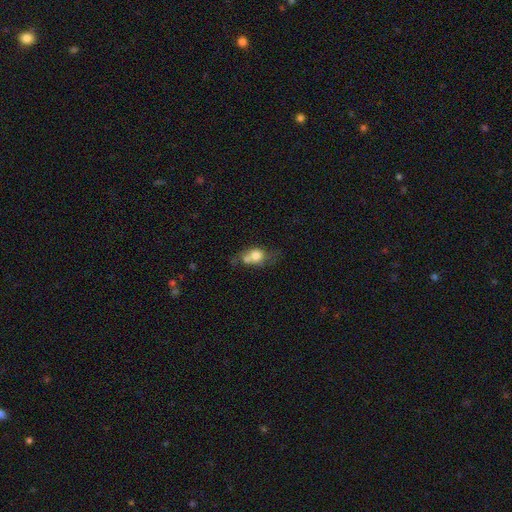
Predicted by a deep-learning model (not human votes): smooth_or_featured: smooth (p=0.70) [alt: featured or disk p=0.21]
how_rounded: round (p=0.55) [alt: in between p=0.42]
merging: merger (p=0.46) [alt: none p=0.30]